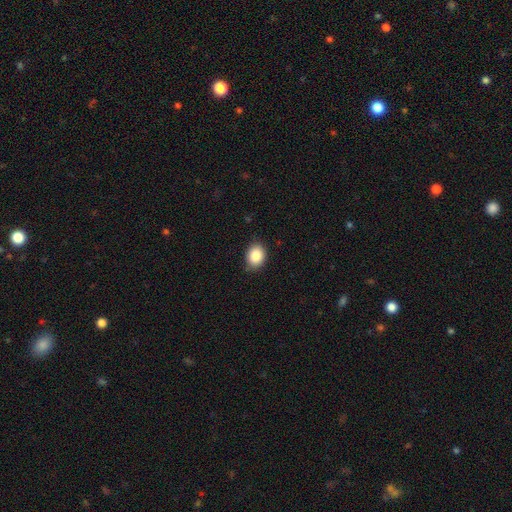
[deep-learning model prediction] Morphology: type=smooth (87%); roundness=in between (63%); merging=none (80%).